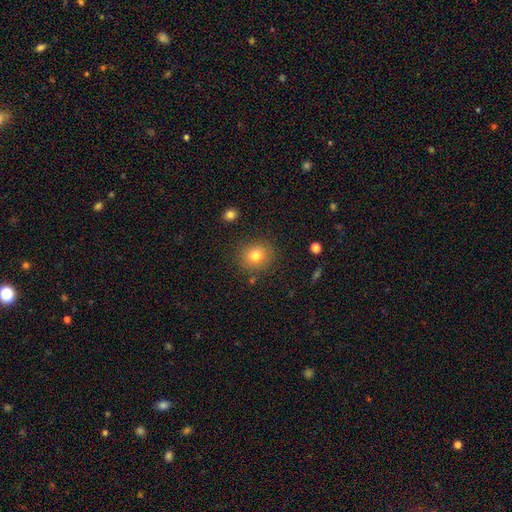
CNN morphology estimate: Q: Smooth or featured?
A: smooth (78%); runner-up: star or artifact (12%)
Q: How rounded?
A: round (83%); runner-up: in between (17%)
Q: Merging?
A: none (84%); runner-up: minor disturbance (10%)